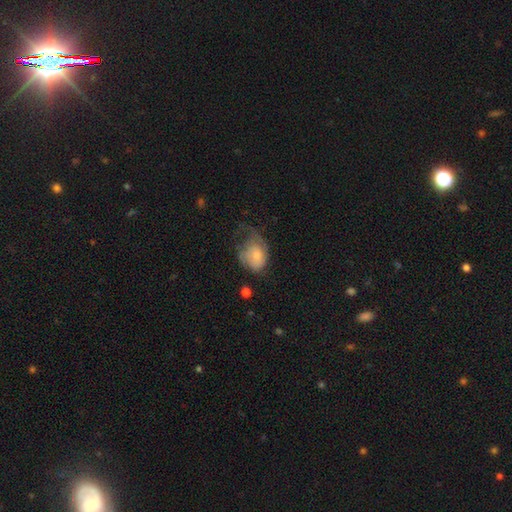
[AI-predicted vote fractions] Q: Smooth or featured?
A: smooth (62%); runner-up: featured or disk (30%)
Q: How rounded?
A: in between (62%); runner-up: round (37%)
Q: Merging?
A: major disturbance (49%); runner-up: minor disturbance (28%)